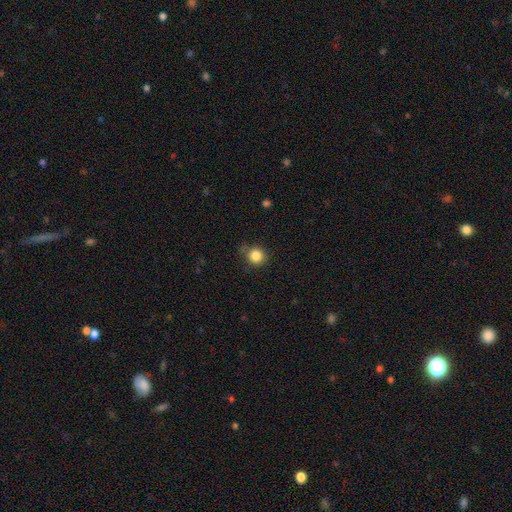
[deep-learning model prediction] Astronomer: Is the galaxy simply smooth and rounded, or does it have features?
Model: smooth — 85%.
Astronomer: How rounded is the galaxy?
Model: round — 91%.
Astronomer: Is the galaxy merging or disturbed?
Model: none — 78%.